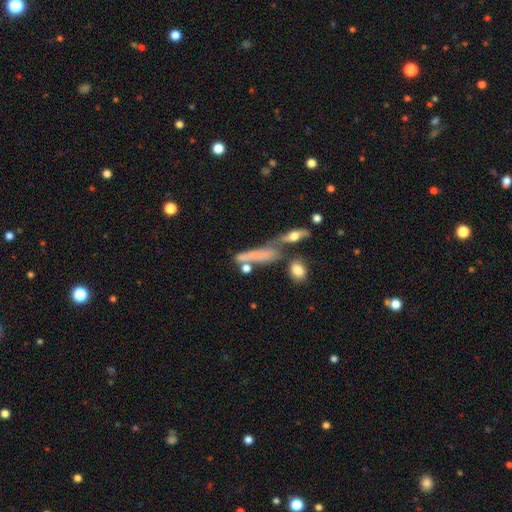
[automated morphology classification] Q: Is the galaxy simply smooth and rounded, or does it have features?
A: smooth — 57%.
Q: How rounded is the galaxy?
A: cigar-shaped — 73%.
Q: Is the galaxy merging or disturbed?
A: none — 42%.